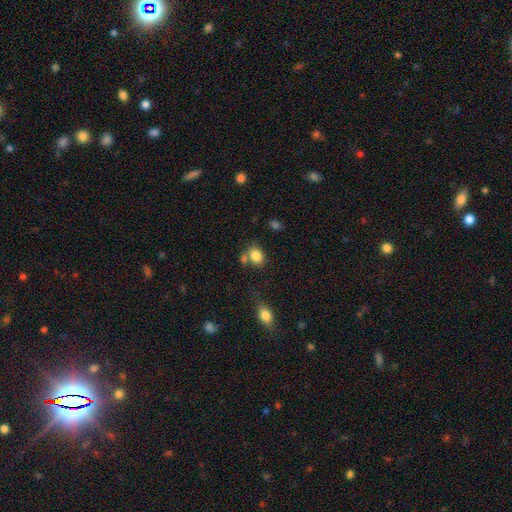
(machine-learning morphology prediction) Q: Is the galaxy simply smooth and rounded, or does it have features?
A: smooth — 83%.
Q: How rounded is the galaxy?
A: in between — 63%.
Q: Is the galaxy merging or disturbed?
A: none — 55%.